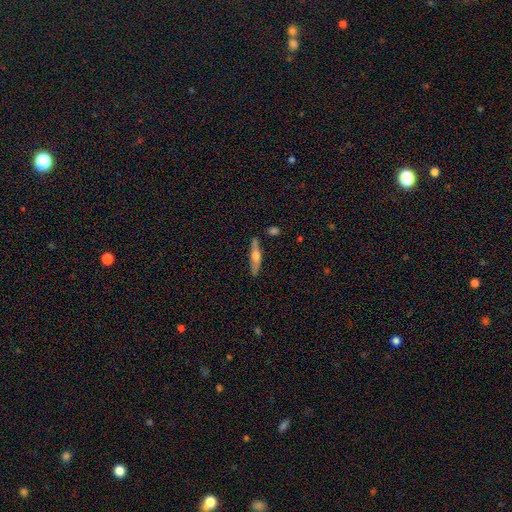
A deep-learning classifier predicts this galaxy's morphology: This is possibly a featured or disk galaxy (50%). Merging: likely none (79%).